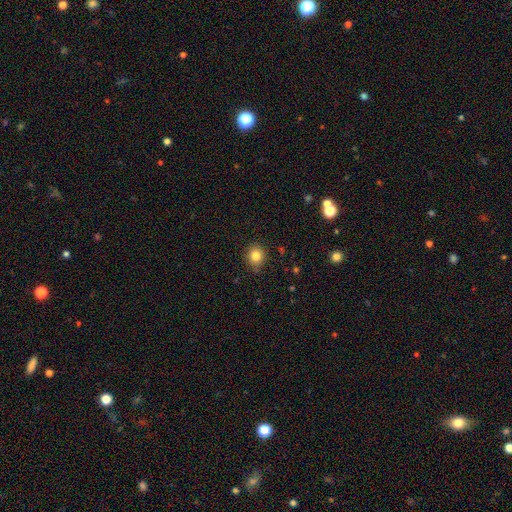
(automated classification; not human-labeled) Smooth or featured?
  - smooth: 83% *
  - star or artifact: 11%
  - featured or disk: 6%
How rounded?
  - round: 83% *
  - in between: 16%
  - cigar-shaped: 1%
Merging?
  - none: 85% *
  - minor disturbance: 11%
  - major disturbance: 2%
  - merger: 1%